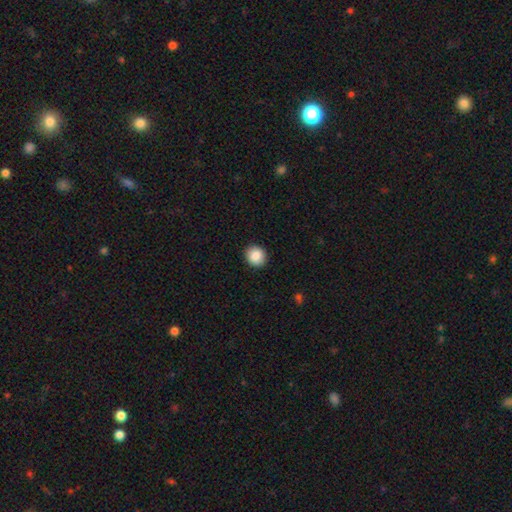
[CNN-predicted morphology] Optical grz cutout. It shows a smooth galaxy with no disk features (88%) that is round (84%). Merging: none (91%).